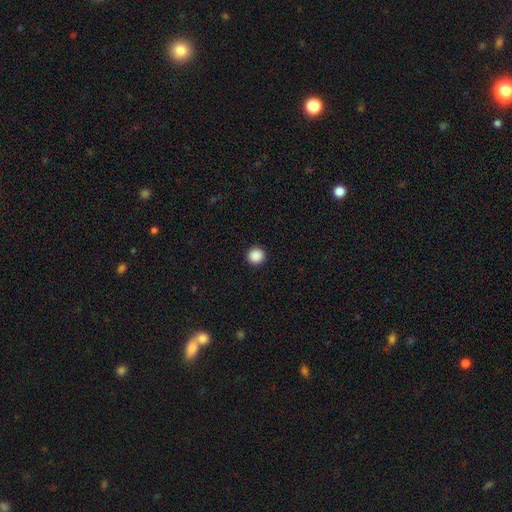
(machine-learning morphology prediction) Smooth or featured? smooth (89%)
How rounded? round (95%)
Merging? none (94%)